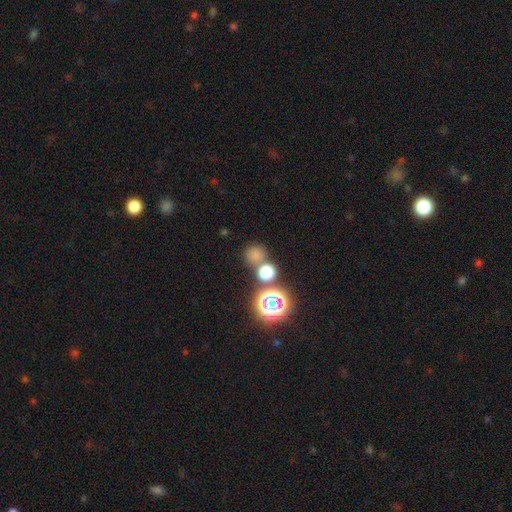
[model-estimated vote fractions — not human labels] This appears to be a smooth galaxy with no disk features (67%) that is round (86%). Merging: none (65%).